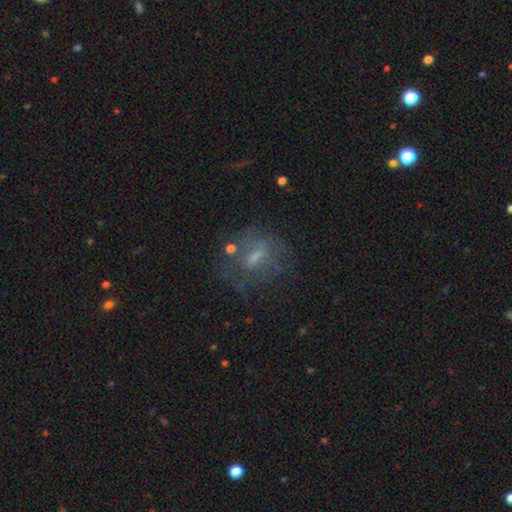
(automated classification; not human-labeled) The model was most divided on "smooth or featured": featured or disk: 47%, smooth: 37%, star or artifact: 16%. More confident: merging — none (55%).